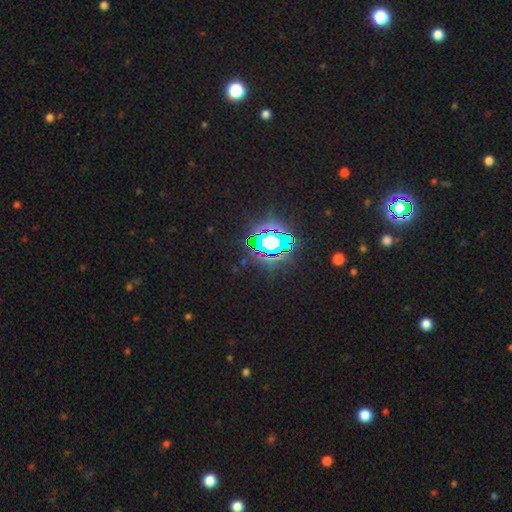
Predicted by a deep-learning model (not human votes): smooth_or_featured: star or artifact (p=0.82) [alt: smooth p=0.11]